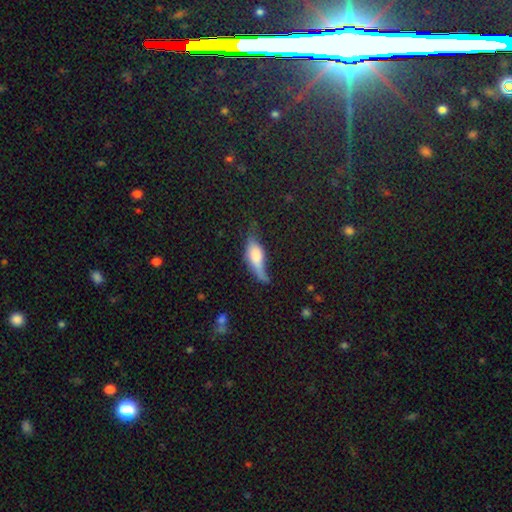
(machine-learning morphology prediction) Overall: smooth (56%; featured or disk 35%). How rounded: in between (57%; cigar-shaped 39%). Merging: minor disturbance (36%; none 32%).